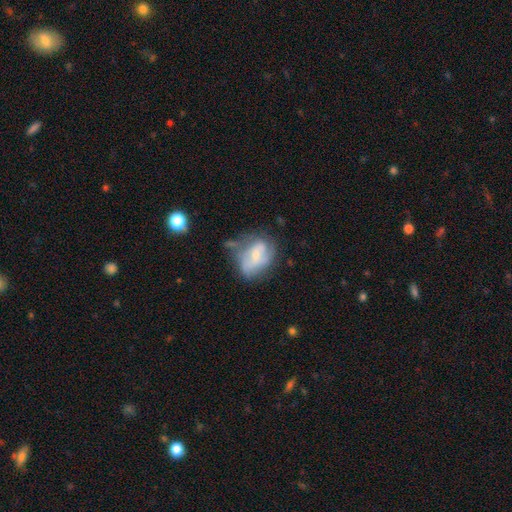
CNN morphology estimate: Smooth or featured?
  - featured or disk: 49% *
  - smooth: 42%
  - star or artifact: 9%
Merging?
  - none: 35% *
  - minor disturbance: 32%
  - major disturbance: 25%
  - merger: 9%